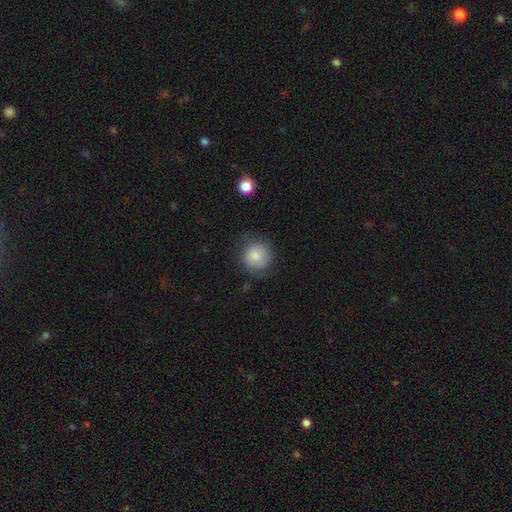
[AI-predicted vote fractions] Q: Smooth or featured?
A: smooth (80%); runner-up: featured or disk (12%)
Q: How rounded?
A: round (88%); runner-up: in between (11%)
Q: Merging?
A: none (67%); runner-up: minor disturbance (23%)